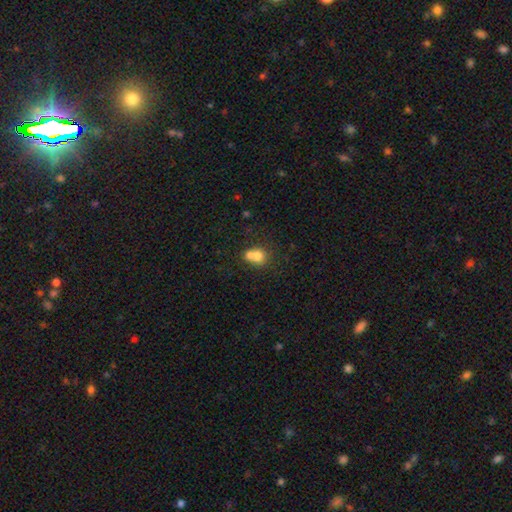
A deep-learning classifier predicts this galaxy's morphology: The model was most divided on "merging": merger: 62%, none: 28%, minor disturbance: 7%, major disturbance: 3%. More confident: smooth or featured — smooth (73%); how rounded — round (72%).